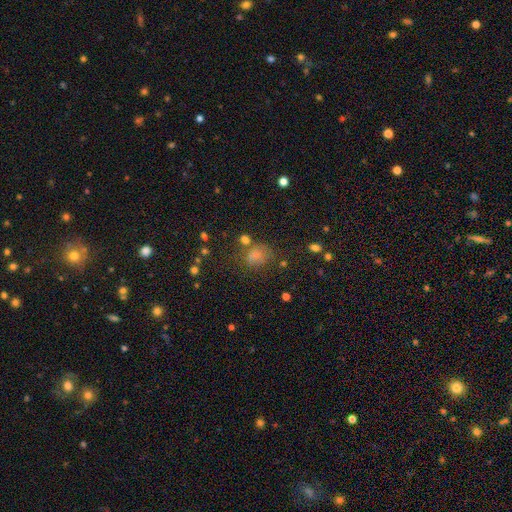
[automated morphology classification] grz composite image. It shows a smooth galaxy with no disk features (68%) that is in between round and cigar-shaped (52%). Merging: none (53%).